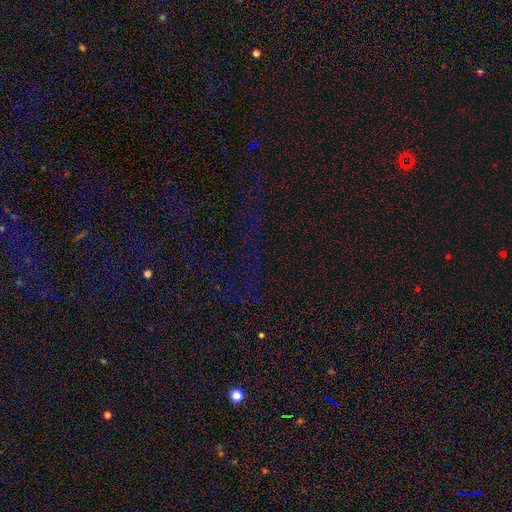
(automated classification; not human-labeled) A star or artifact, not a galaxy (76%).

Vote fractions:
- Smooth or featured? star or artifact: 76% / smooth: 15% / featured or disk: 10%